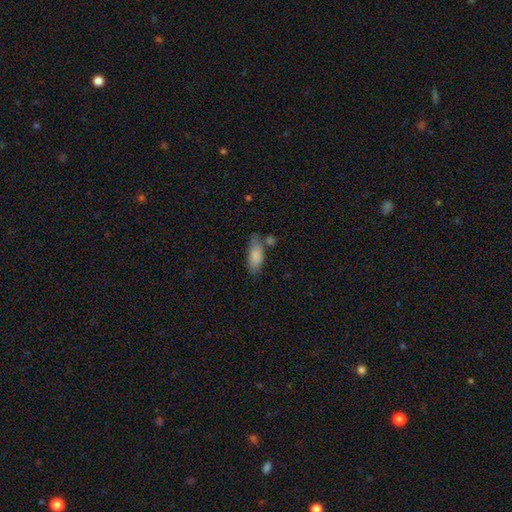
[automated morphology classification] Q: Smooth or featured?
A: smooth (85%); runner-up: featured or disk (9%)
Q: How rounded?
A: in between (81%); runner-up: cigar-shaped (17%)
Q: Merging?
A: none (59%); runner-up: minor disturbance (23%)